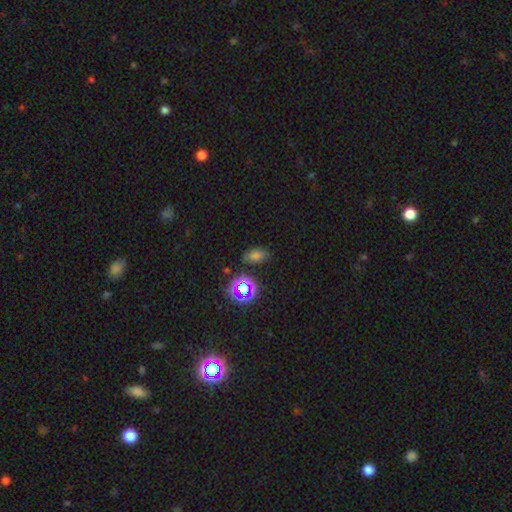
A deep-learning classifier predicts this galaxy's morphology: Smooth or featured? smooth (62%)
How rounded? in between (81%)
Merging? none (80%)